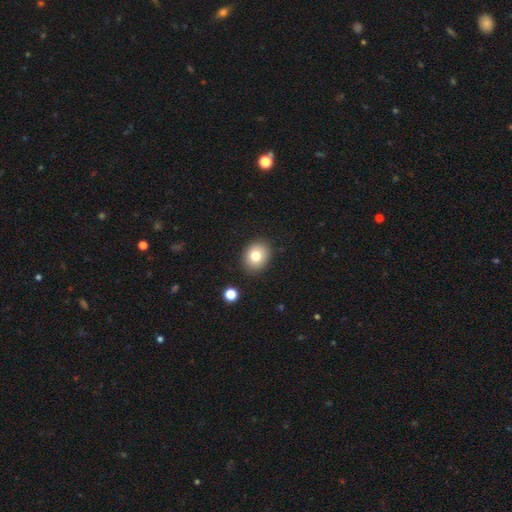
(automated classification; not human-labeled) Smooth or featured?
  - smooth: 78% *
  - featured or disk: 12%
  - star or artifact: 10%
How rounded?
  - round: 55% *
  - in between: 45%
  - cigar-shaped: 1%
Merging?
  - none: 87% *
  - minor disturbance: 9%
  - major disturbance: 2%
  - merger: 2%